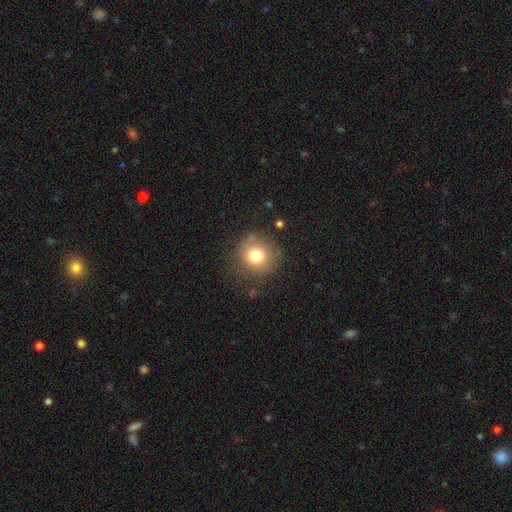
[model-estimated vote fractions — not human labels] The model was most divided on "smooth or featured": smooth: 77%, star or artifact: 12%, featured or disk: 11%. More confident: how rounded — round (92%); merging — none (81%).